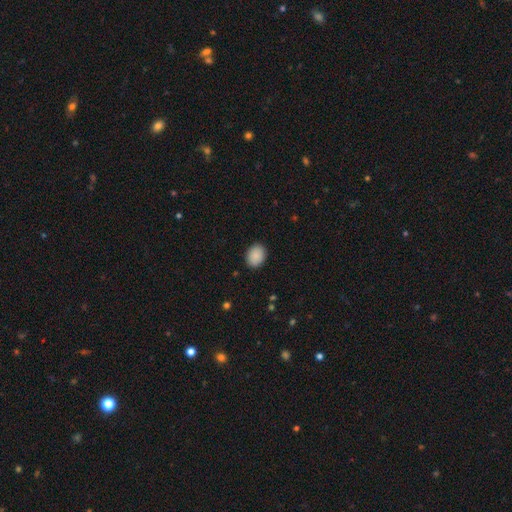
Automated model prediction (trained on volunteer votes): Q: Smooth or featured?
A: smooth (90%); runner-up: star or artifact (7%)
Q: How rounded?
A: in between (55%); runner-up: round (44%)
Q: Merging?
A: none (89%); runner-up: minor disturbance (8%)